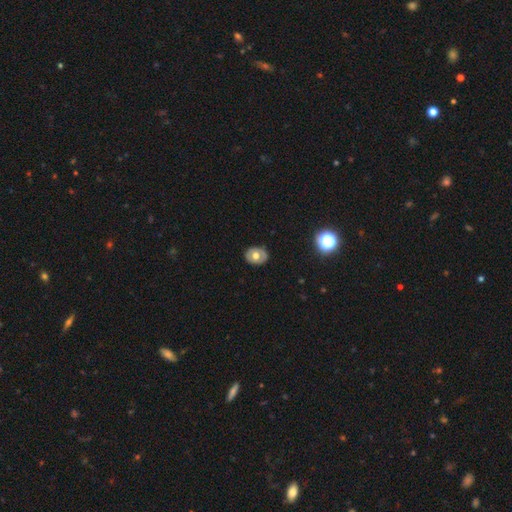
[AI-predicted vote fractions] Q: Smooth or featured?
A: smooth (55%); runner-up: featured or disk (37%)
Q: How rounded?
A: in between (52%); runner-up: round (47%)
Q: Merging?
A: none (87%); runner-up: minor disturbance (10%)